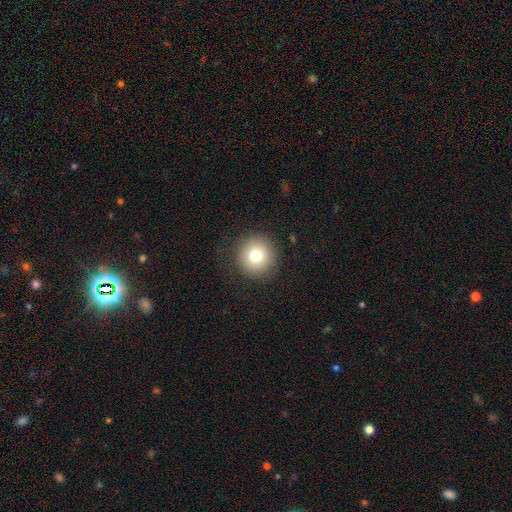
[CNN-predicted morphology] A smooth galaxy with no disk features (78%) that is round (95%). Merging: none (89%).